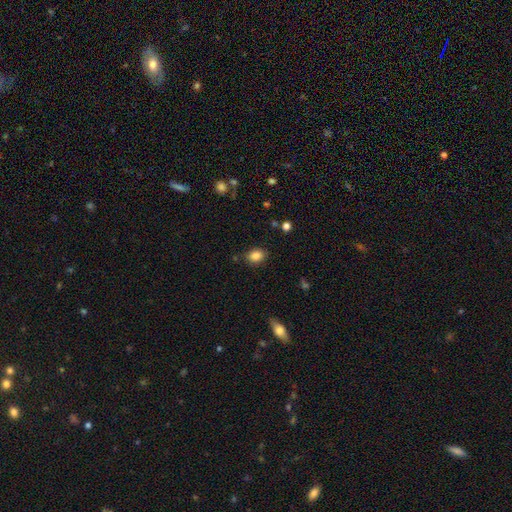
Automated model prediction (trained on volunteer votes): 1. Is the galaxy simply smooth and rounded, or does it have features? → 86% smooth, 10% star or artifact, 4% featured or disk.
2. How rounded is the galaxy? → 68% in between, 30% round, 1% cigar-shaped.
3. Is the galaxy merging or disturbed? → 83% none, 12% minor disturbance, 3% major disturbance, 2% merger.